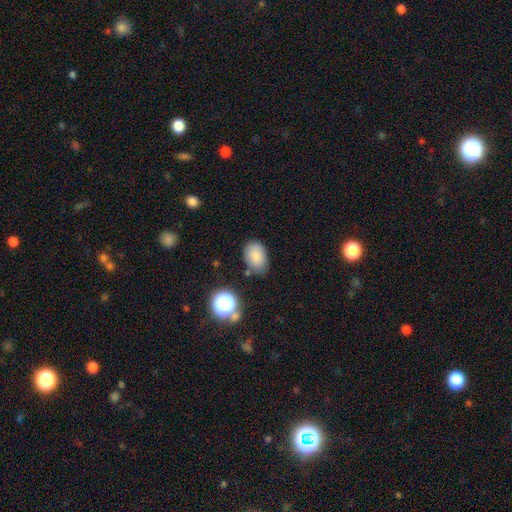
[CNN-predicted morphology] Smooth or featured: smooth — 83% (star or artifact — 10%)
How rounded: in between — 85% (round — 14%)
Merging: none — 71% (minor disturbance — 20%)